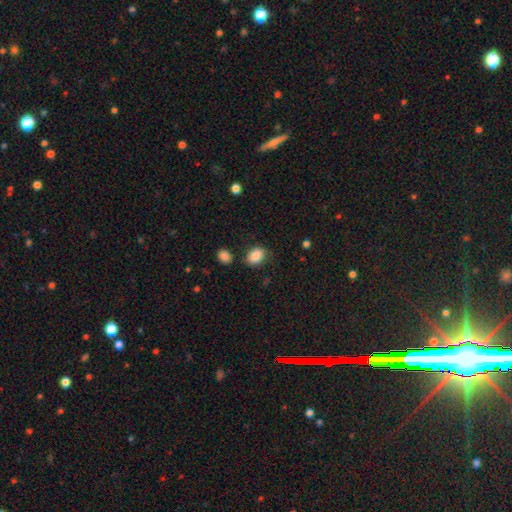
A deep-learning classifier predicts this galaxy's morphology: Smooth or featured?
  - smooth: 84% *
  - star or artifact: 8%
  - featured or disk: 7%
How rounded?
  - in between: 72% *
  - round: 27%
  - cigar-shaped: 1%
Merging?
  - none: 72% *
  - minor disturbance: 18%
  - merger: 5%
  - major disturbance: 5%